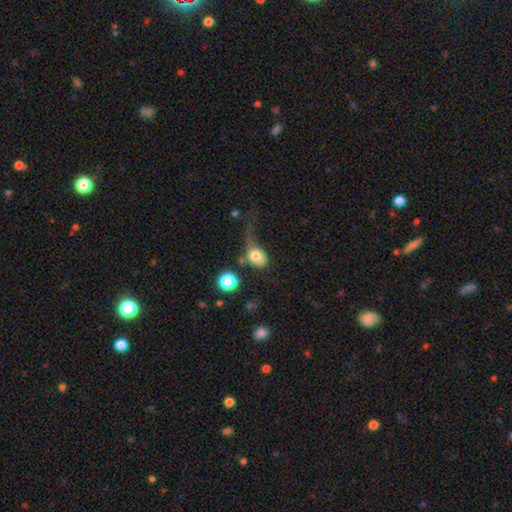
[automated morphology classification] Smooth or featured: smooth — 73% (featured or disk — 17%)
How rounded: in between — 60% (round — 38%)
Merging: major disturbance — 49% (minor disturbance — 22%)